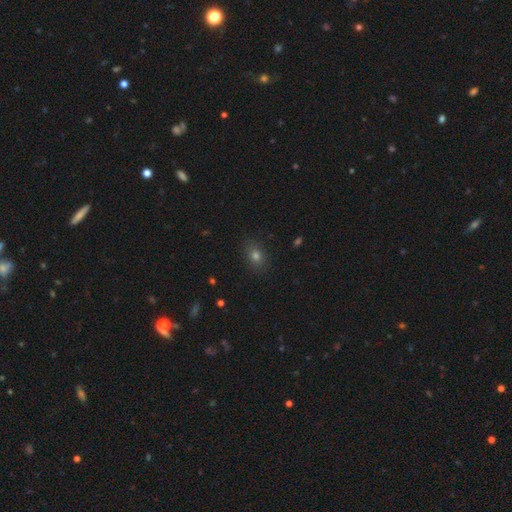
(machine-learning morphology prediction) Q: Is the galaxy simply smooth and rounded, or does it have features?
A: smooth — 72%.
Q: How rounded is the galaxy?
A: in between — 50%.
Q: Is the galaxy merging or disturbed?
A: none — 87%.